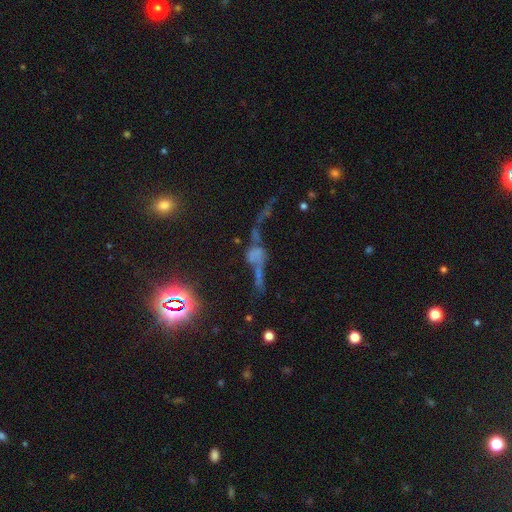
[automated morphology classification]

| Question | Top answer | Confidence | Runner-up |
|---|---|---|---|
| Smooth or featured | featured or disk | 45% | star or artifact (29%) |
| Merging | merger | 34% | major disturbance (29%) |